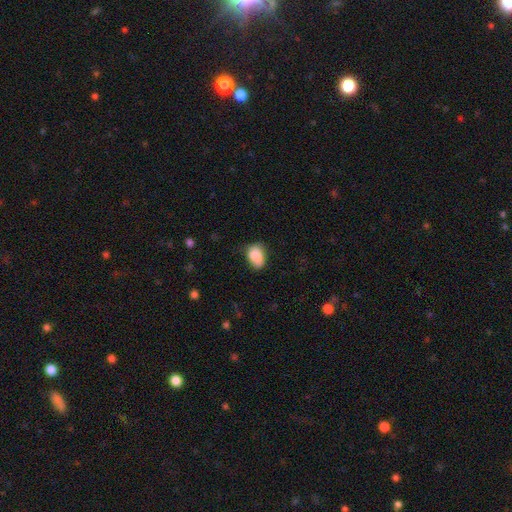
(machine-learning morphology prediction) Q: Smooth or featured?
A: smooth (87%); runner-up: star or artifact (8%)
Q: How rounded?
A: in between (80%); runner-up: round (19%)
Q: Merging?
A: none (57%); runner-up: minor disturbance (33%)